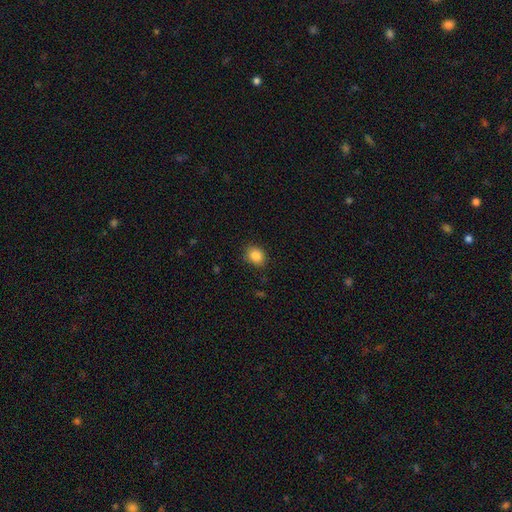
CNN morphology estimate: The model was most divided on "how rounded": round: 54%, in between: 46%, cigar-shaped: 1%. More confident: smooth or featured — smooth (86%); merging — none (85%).